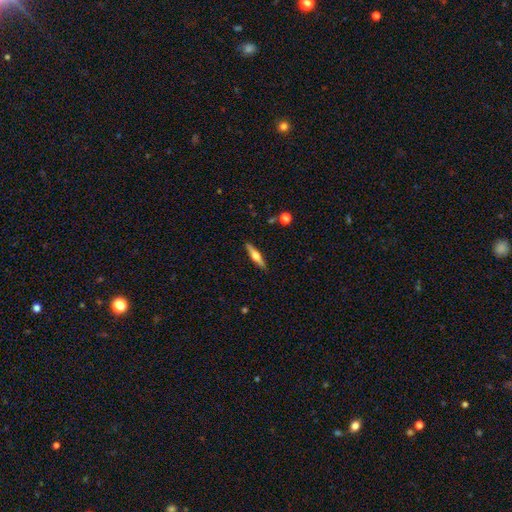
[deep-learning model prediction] Smooth or featured: featured or disk — 55% (smooth — 39%)
Edge-on disk: yes — 96% (no — 4%)
Edge-on bulge: rounded — 91% (boxy — 5%)
Merging: none — 90% (minor disturbance — 7%)